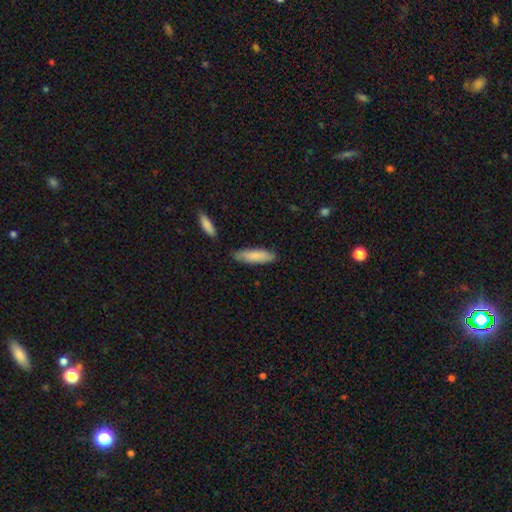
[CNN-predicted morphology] This appears to be a smooth galaxy with no disk features (82%) that is cigar-shaped (56%). Merging: none (80%).